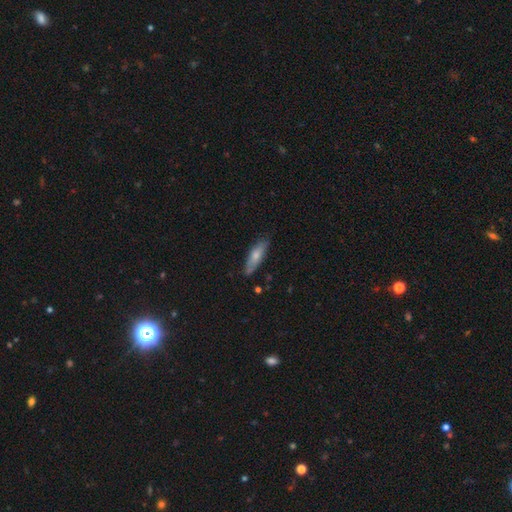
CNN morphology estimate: The model was most divided on "how rounded": cigar-shaped: 59%, in between: 39%, round: 2%. More confident: merging — none (79%); smooth or featured — smooth (65%).